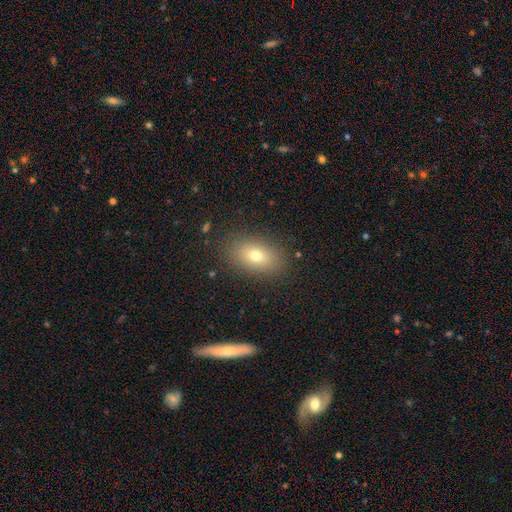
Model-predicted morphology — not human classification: Smooth or featured? Predicted: smooth (p=0.72). How rounded? Predicted: in between (p=0.83). Merging? Predicted: none (p=0.86).